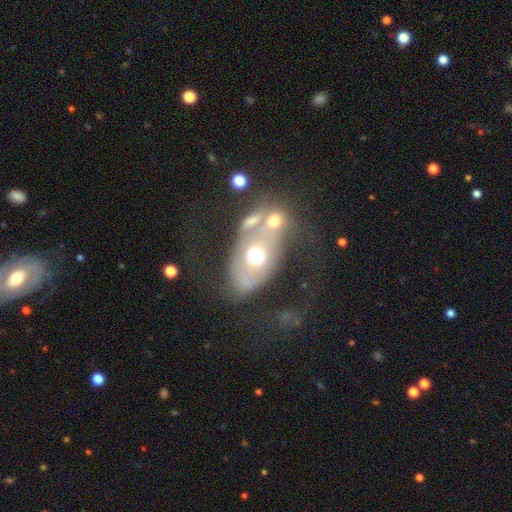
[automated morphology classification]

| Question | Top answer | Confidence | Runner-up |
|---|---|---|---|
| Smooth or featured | featured or disk | 45% | smooth (42%) |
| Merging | merger | 39% | none (33%) |